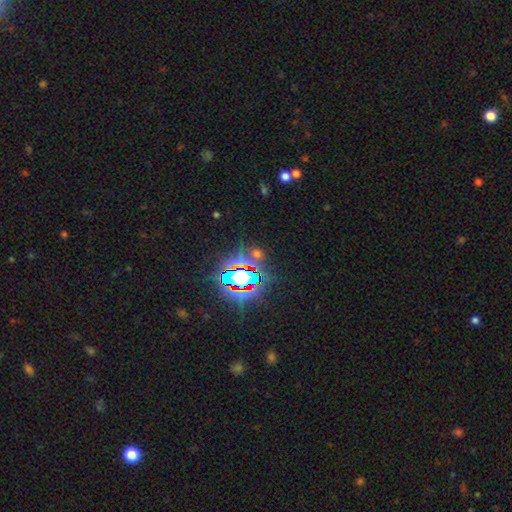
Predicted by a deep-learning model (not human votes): This is likely a star or artifact rather than a galaxy (77%).